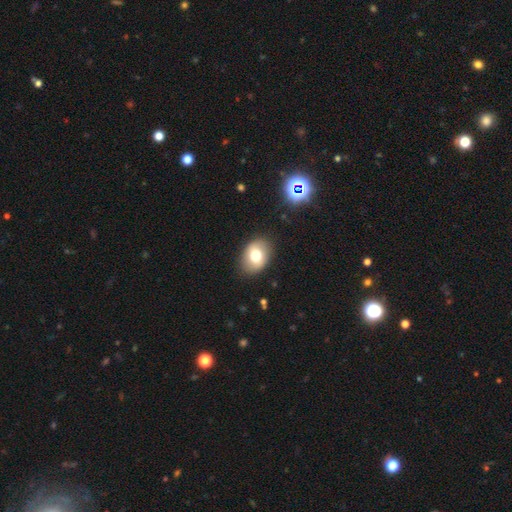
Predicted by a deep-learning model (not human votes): Smooth or featured: smooth — 71% (featured or disk — 20%)
How rounded: in between — 74% (round — 25%)
Merging: none — 85% (minor disturbance — 10%)